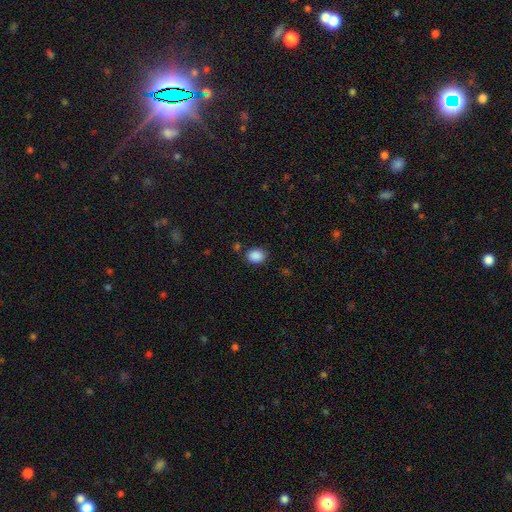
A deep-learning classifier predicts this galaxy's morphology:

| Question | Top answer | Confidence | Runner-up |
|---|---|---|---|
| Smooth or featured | smooth | 88% | star or artifact (9%) |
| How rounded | in between | 58% | round (41%) |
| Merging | none | 81% | minor disturbance (12%) |